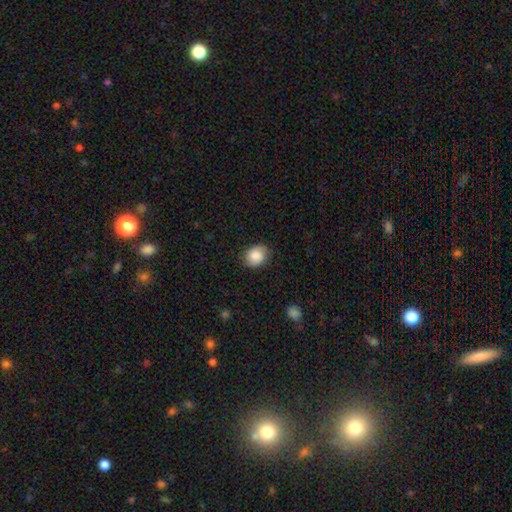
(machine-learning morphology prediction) Smooth or featured?
  - smooth: 82% *
  - featured or disk: 10%
  - star or artifact: 8%
How rounded?
  - round: 51% *
  - in between: 48%
  - cigar-shaped: 1%
Merging?
  - none: 81% *
  - minor disturbance: 15%
  - major disturbance: 3%
  - merger: 1%